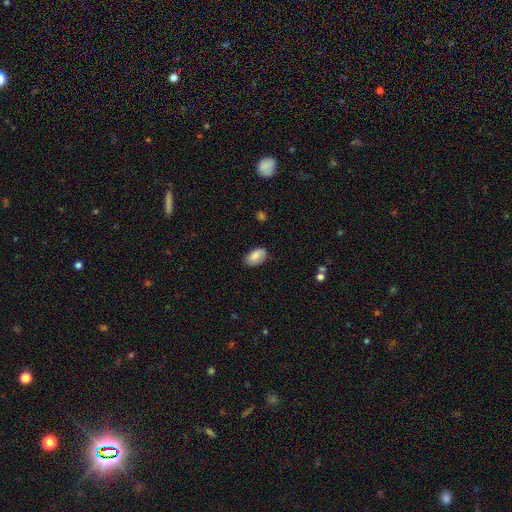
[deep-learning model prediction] This is clearly a smooth galaxy (83%). How rounded: clearly in between (93%). Merging: likely none (77%).